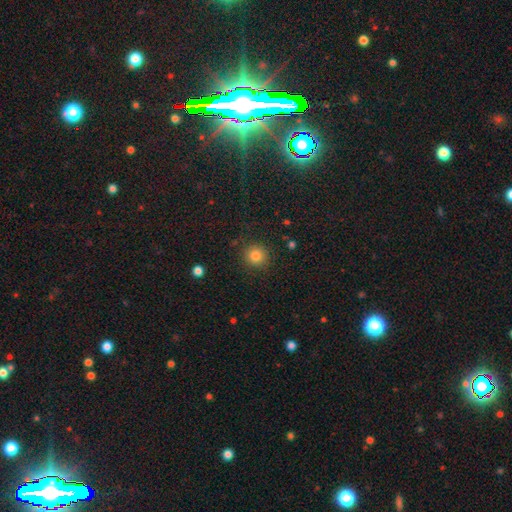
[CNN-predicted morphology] smooth-or-featured: smooth: 83% | star or artifact: 12% | featured or disk: 6%
  how-rounded: round: 93% | in between: 7% | cigar-shaped: 1%
  merging: none: 88% | minor disturbance: 8% | major disturbance: 3% | merger: 1%